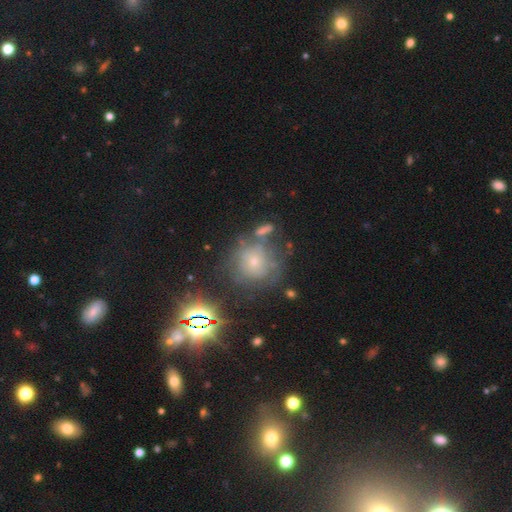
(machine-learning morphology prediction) Smooth or featured?
  - star or artifact: 40% *
  - featured or disk: 30%
  - smooth: 30%